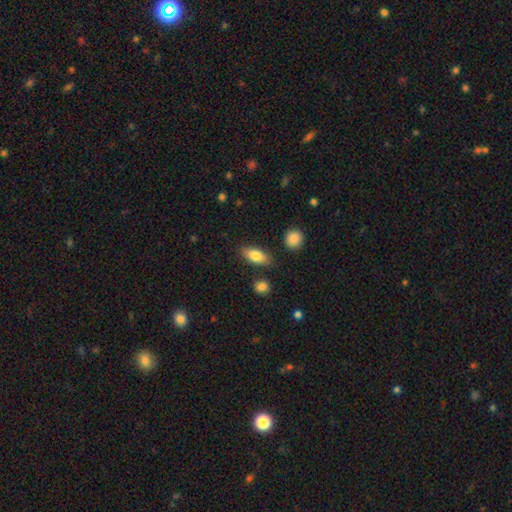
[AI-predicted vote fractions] Overall: smooth (80%). How rounded: in between (84%). Merging: none (82%).